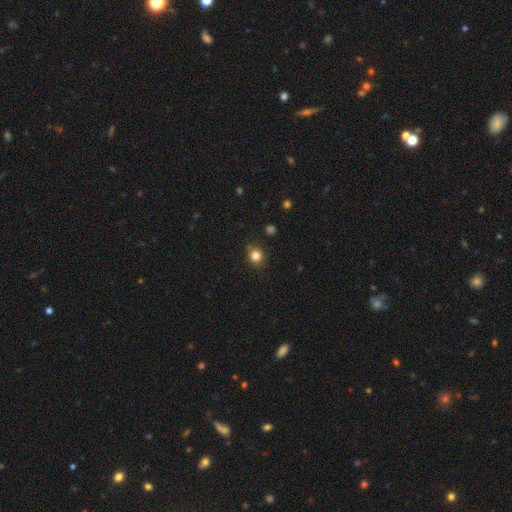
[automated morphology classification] smooth-or-featured: smooth: 82% | star or artifact: 13% | featured or disk: 5%
  how-rounded: round: 87% | in between: 12% | cigar-shaped: 1%
  merging: none: 86% | minor disturbance: 10% | major disturbance: 2% | merger: 2%